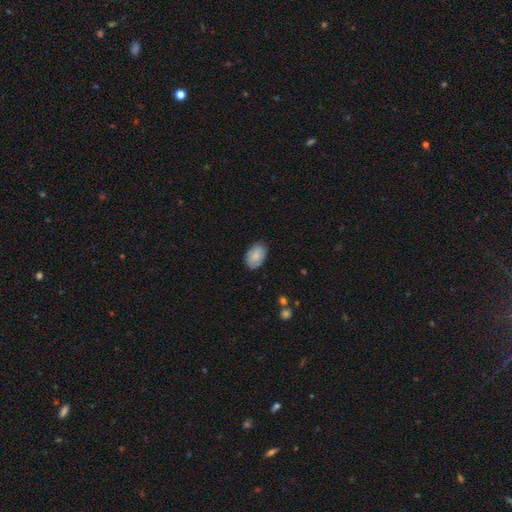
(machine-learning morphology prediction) This appears to be a smooth galaxy with no disk features (83%) that is in between round and cigar-shaped (89%). Merging: none (80%).